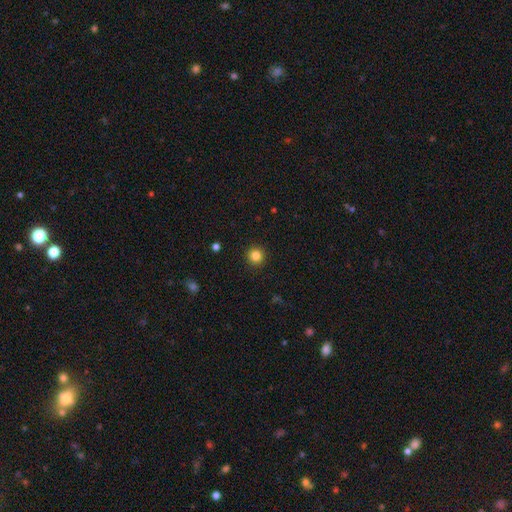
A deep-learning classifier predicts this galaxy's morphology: Smooth or featured? Predicted: smooth (p=0.84). How rounded? Predicted: round (p=0.95). Merging? Predicted: none (p=0.93).